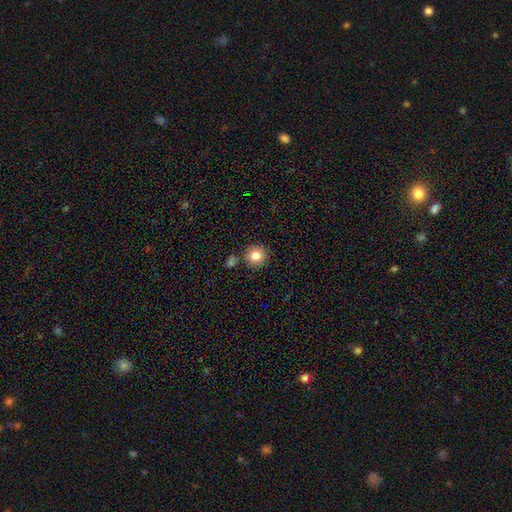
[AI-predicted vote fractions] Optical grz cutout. It shows a smooth galaxy with no disk features (82%) that is round (93%). Merging: none (82%).